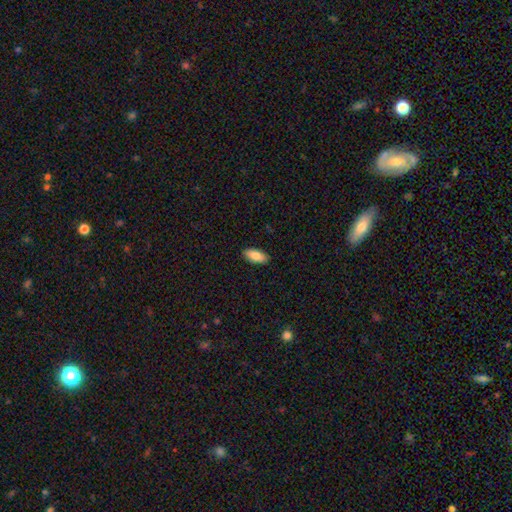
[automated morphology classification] Smooth or featured? Predicted: smooth (p=0.87). How rounded? Predicted: in between (p=0.87). Merging? Predicted: none (p=0.90).